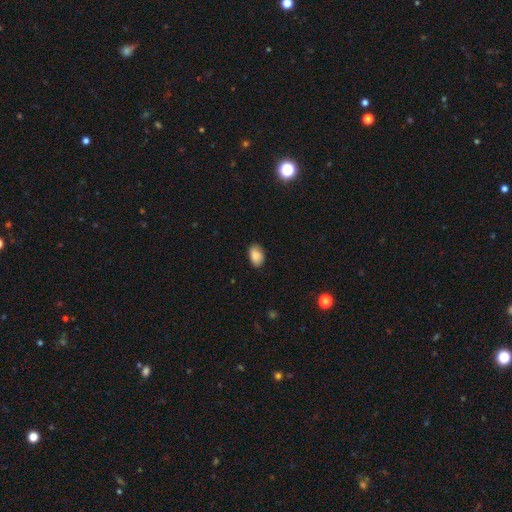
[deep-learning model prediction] smooth-or-featured: smooth: 87% | star or artifact: 7% | featured or disk: 5%
  how-rounded: in between: 90% | round: 9% | cigar-shaped: 1%
  merging: none: 82% | minor disturbance: 14% | major disturbance: 3% | merger: 1%